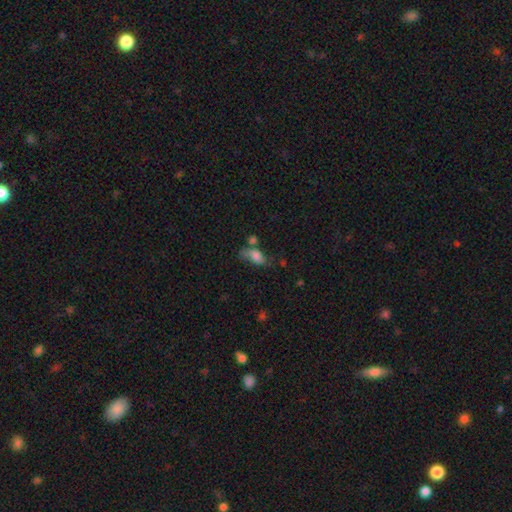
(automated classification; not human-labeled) A smooth galaxy with no disk features (70%) that is in between round and cigar-shaped (84%). Merging: none (34%).